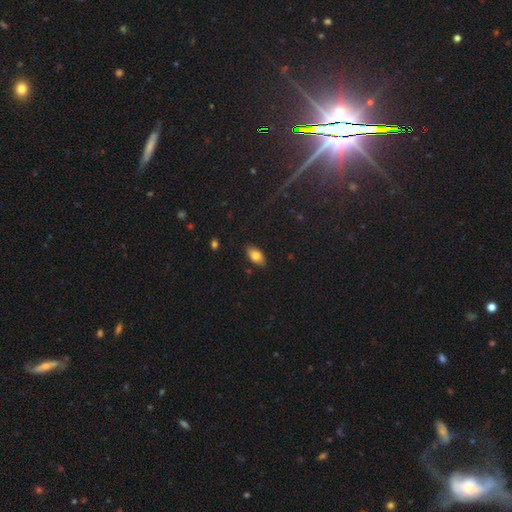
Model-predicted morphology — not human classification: Smooth or featured: smooth — 80% (featured or disk — 12%)
How rounded: in between — 92% (round — 5%)
Merging: none — 86% (minor disturbance — 11%)